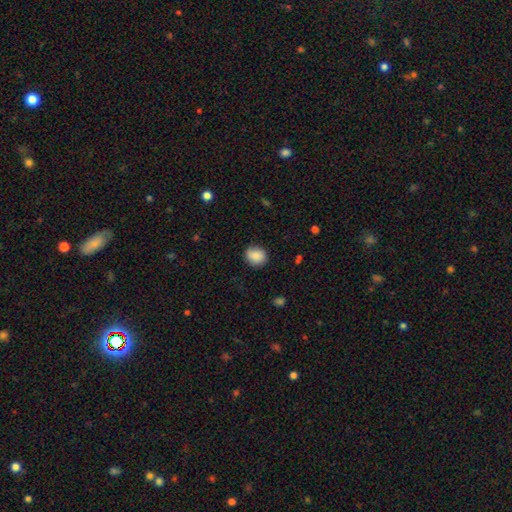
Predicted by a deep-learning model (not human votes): Smooth or featured?
  - smooth: 87% *
  - star or artifact: 8%
  - featured or disk: 5%
How rounded?
  - round: 64% *
  - in between: 35%
  - cigar-shaped: 1%
Merging?
  - none: 83% *
  - minor disturbance: 12%
  - major disturbance: 3%
  - merger: 1%